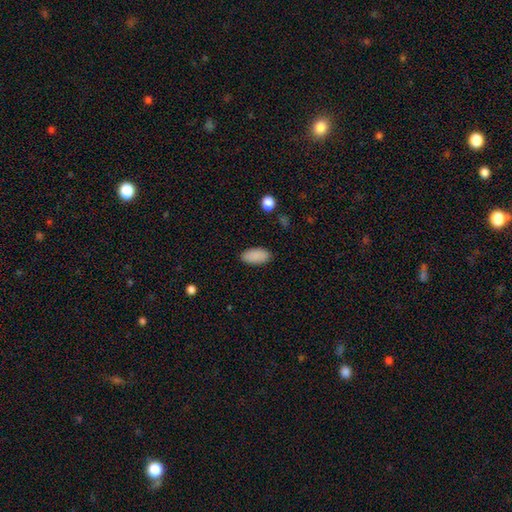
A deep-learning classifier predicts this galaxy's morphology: This is clearly a smooth galaxy (90%). How rounded: clearly in between (93%). Merging: clearly none (88%).